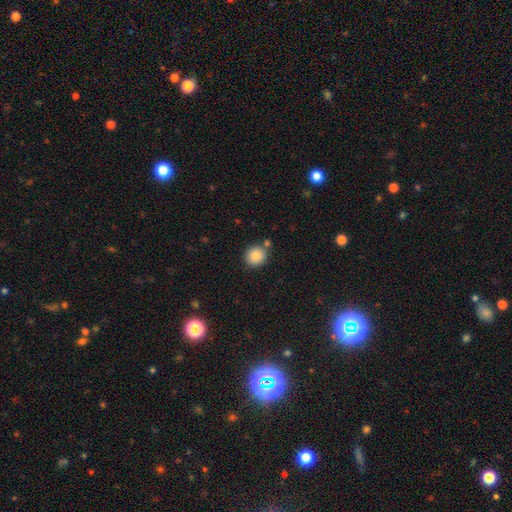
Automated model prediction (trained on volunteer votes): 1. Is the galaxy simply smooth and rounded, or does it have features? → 86% smooth, 9% star or artifact, 4% featured or disk.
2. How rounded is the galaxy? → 88% round, 11% in between, 1% cigar-shaped.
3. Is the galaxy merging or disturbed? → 77% none, 11% merger, 9% minor disturbance, 3% major disturbance.